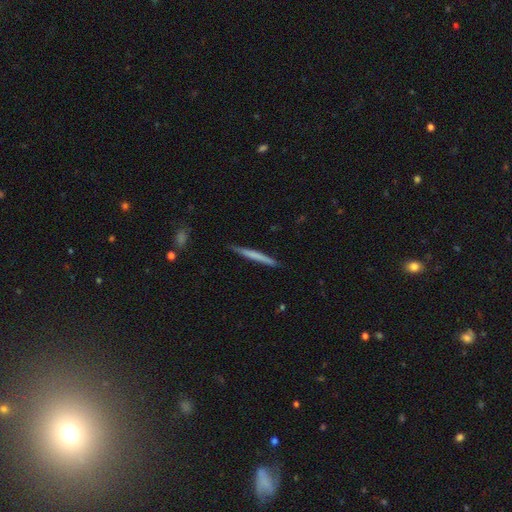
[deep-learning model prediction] A smooth galaxy with no disk features (59%) that is cigar-shaped (97%).

Vote fractions:
- Smooth or featured? smooth: 59% / featured or disk: 35% / star or artifact: 5%
- How rounded? cigar-shaped: 97% / in between: 2% / round: 1%
- Merging? none: 87% / minor disturbance: 10% / major disturbance: 2% / merger: 1%